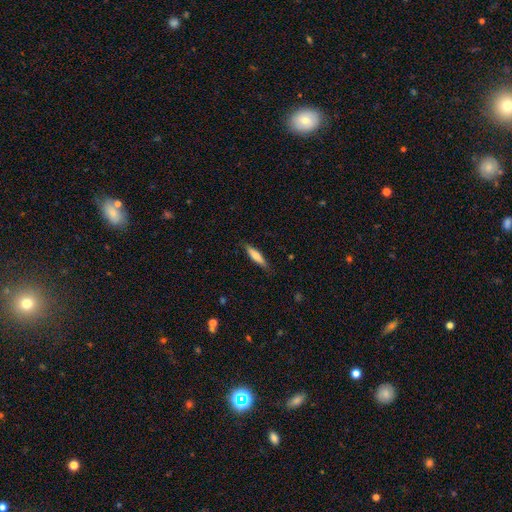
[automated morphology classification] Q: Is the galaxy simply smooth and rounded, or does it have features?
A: smooth — 70%.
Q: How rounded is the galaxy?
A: cigar-shaped — 81%.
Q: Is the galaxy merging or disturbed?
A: none — 83%.